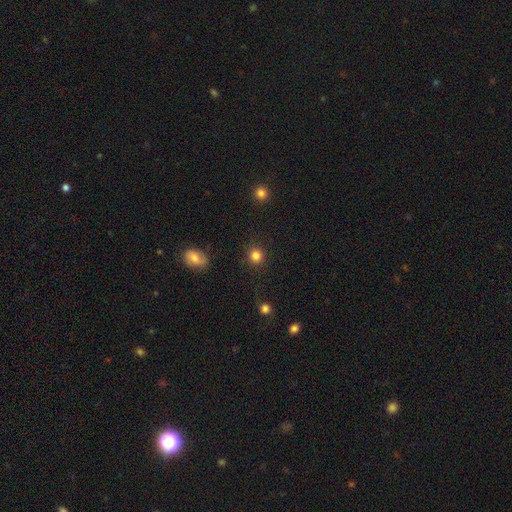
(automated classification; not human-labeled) smooth_or_featured: smooth (p=0.84) [alt: star or artifact p=0.12]
how_rounded: round (p=0.91) [alt: in between p=0.08]
merging: none (p=0.87) [alt: minor disturbance p=0.08]